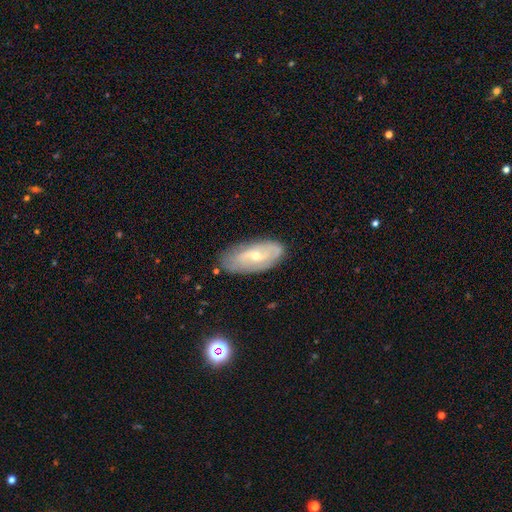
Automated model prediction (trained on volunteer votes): This appears to be a featured or disk galaxy (64%) with no bar (45%), spiral arms (68%) and a small central bulge (56%). Merging: none (74%).